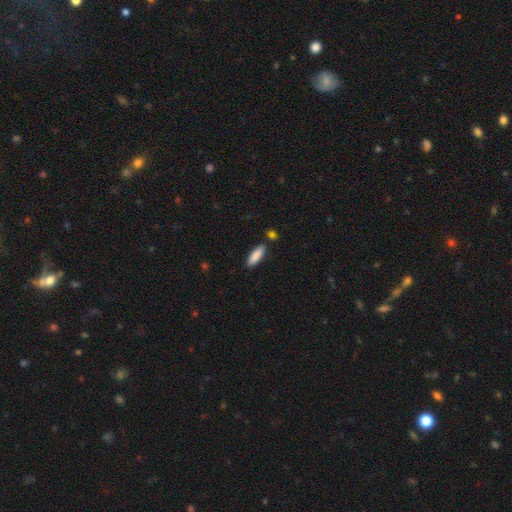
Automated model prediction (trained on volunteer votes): Morphology: type=smooth (87%); roundness=in between (53%); merging=none (83%).